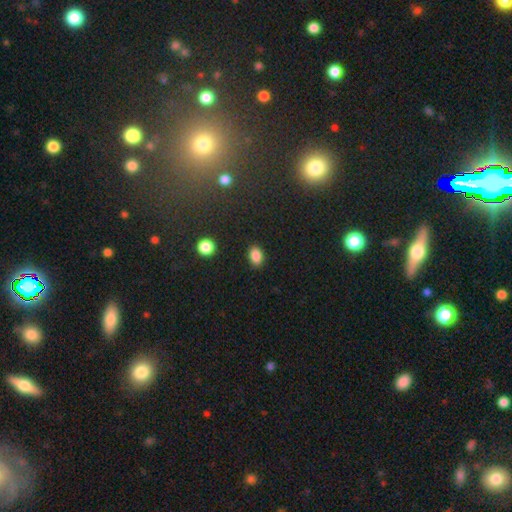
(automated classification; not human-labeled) This appears to be a smooth galaxy with no disk features (86%) that is in between round and cigar-shaped (81%). Merging: none (87%).